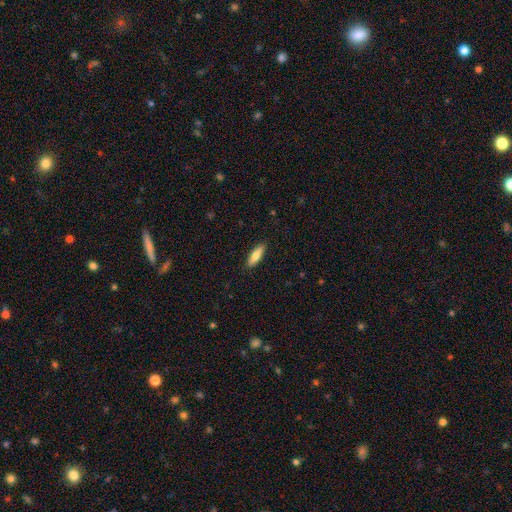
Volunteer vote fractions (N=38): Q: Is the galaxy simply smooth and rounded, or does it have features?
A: smooth — 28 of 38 (74%).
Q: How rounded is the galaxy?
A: cigar-shaped — 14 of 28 (50%).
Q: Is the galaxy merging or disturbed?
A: none — 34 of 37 (92%).